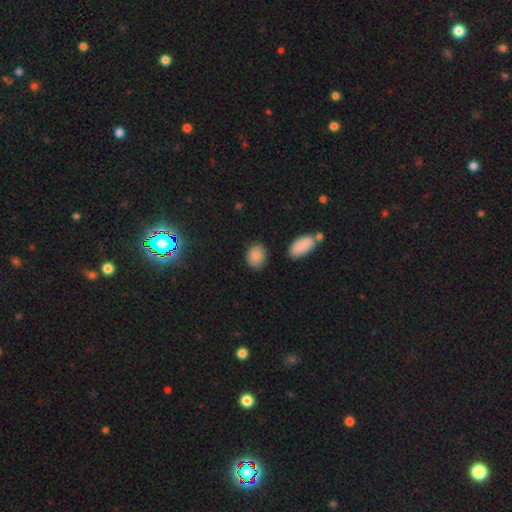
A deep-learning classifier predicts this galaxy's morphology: Smooth or featured: smooth — 87% (star or artifact — 8%)
How rounded: in between — 50% (round — 49%)
Merging: none — 82% (minor disturbance — 12%)